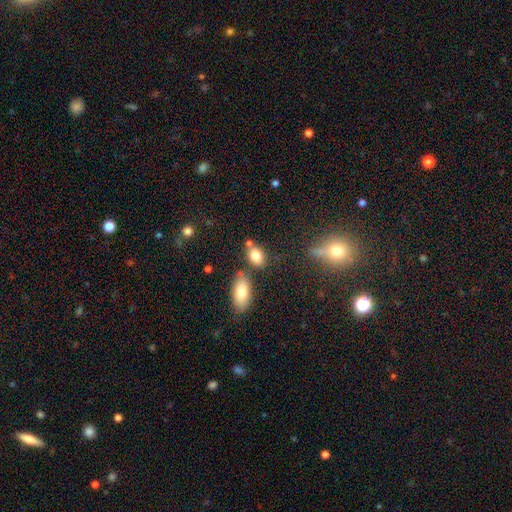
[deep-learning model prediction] Smooth or featured? smooth (81%)
How rounded? in between (73%)
Merging? none (61%)